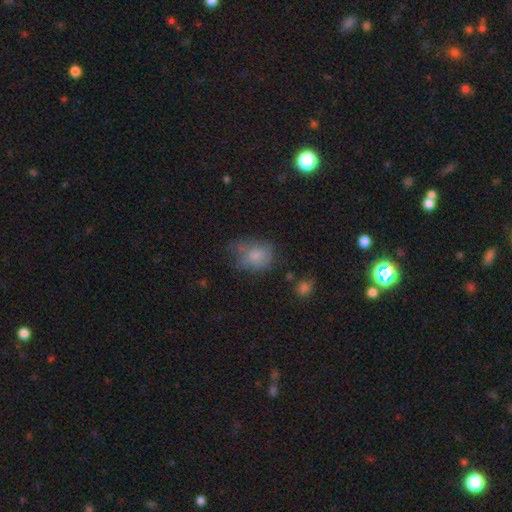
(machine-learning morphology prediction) A smooth galaxy with no disk features (76%) that is in between round and cigar-shaped (52%).

Vote fractions:
- Smooth or featured? smooth: 76% / featured or disk: 13% / star or artifact: 11%
- How rounded? in between: 52% / round: 47% / cigar-shaped: 1%
- Merging? none: 44% / minor disturbance: 32% / major disturbance: 17% / merger: 6%